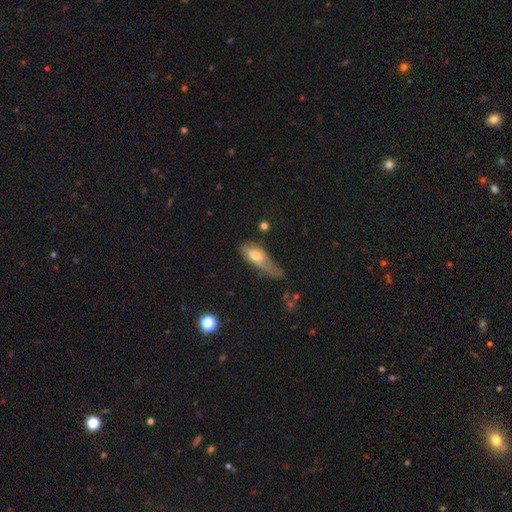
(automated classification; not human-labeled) Smooth or featured: smooth — 60% (featured or disk — 33%)
How rounded: in between — 73% (cigar-shaped — 22%)
Merging: major disturbance — 41% (minor disturbance — 32%)